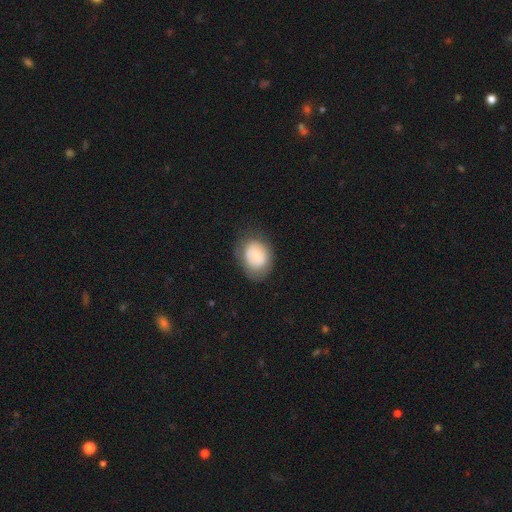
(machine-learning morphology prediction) Overall: smooth (72%). How rounded: in between (55%; round 45%). Merging: none (68%).